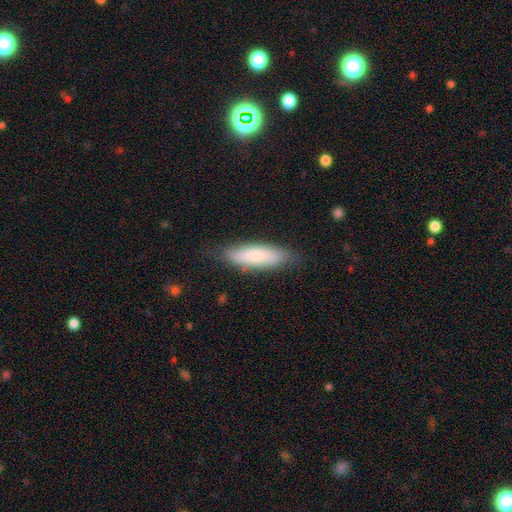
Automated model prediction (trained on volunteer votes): Smooth or featured? Predicted: smooth (p=0.77). How rounded? Predicted: cigar-shaped (p=0.54). Merging? Predicted: none (p=0.80).